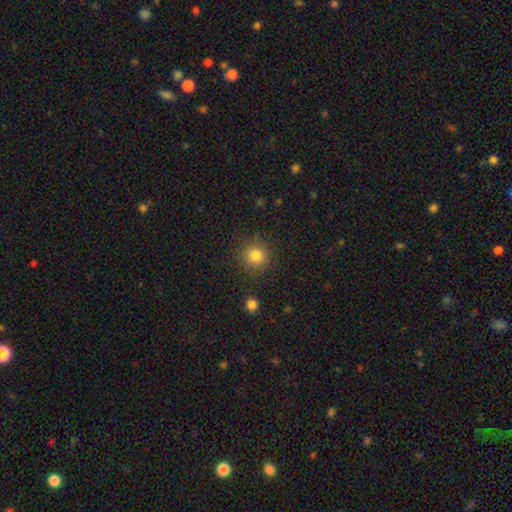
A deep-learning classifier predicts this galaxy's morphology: This is clearly a smooth galaxy (82%). How rounded: clearly round (93%). Merging: clearly none (88%).